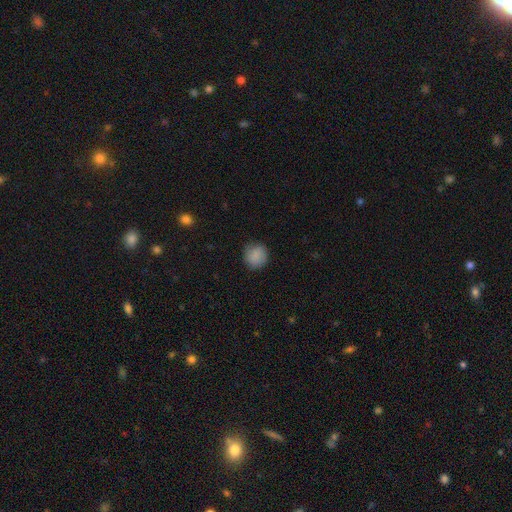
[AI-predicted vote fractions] The model was most divided on "merging": none: 84%, minor disturbance: 12%, major disturbance: 3%, merger: 1%. More confident: how rounded — round (90%); smooth or featured — smooth (87%).